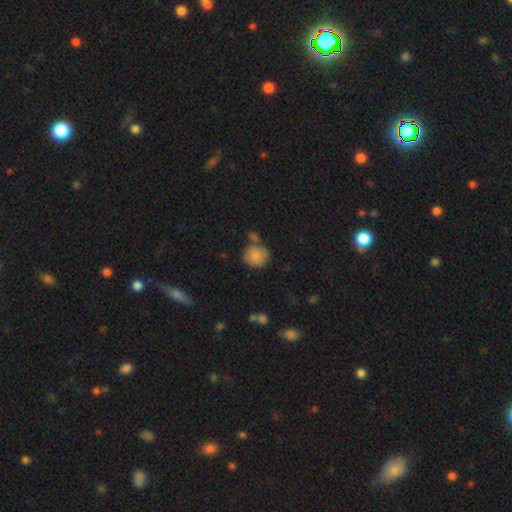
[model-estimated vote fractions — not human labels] Morphology: type=smooth (84%); roundness=round (84%); merging=none (65%).